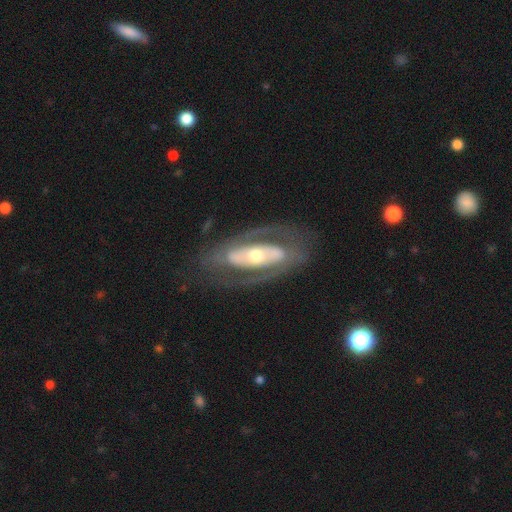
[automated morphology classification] smooth-or-featured: featured or disk: 82% | smooth: 14% | star or artifact: 5%
  disk-edge-on: no: 89% | yes: 11%
    bar: no: 46% | strong: 33% | weak: 20%
    has-spiral-arms: yes: 63% | no: 37%
    bulge-size: moderate: 61% | small: 24% | large: 12% | dominant: 2% | none: 1%
  merging: none: 75% | minor disturbance: 13% | major disturbance: 10% | merger: 1%